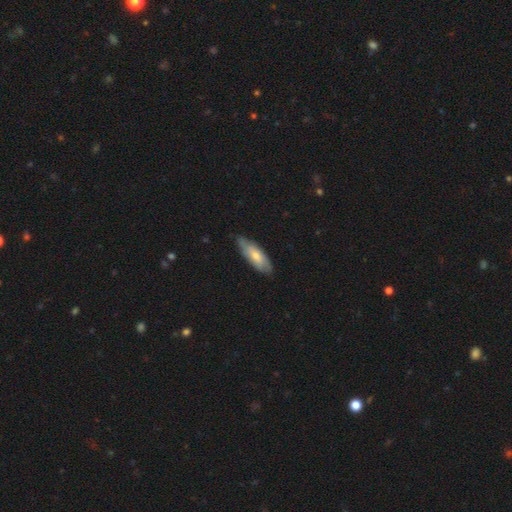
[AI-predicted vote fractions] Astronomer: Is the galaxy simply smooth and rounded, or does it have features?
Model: smooth — 62%.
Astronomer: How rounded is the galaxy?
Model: in between — 64%.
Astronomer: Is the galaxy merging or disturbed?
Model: none — 73%.